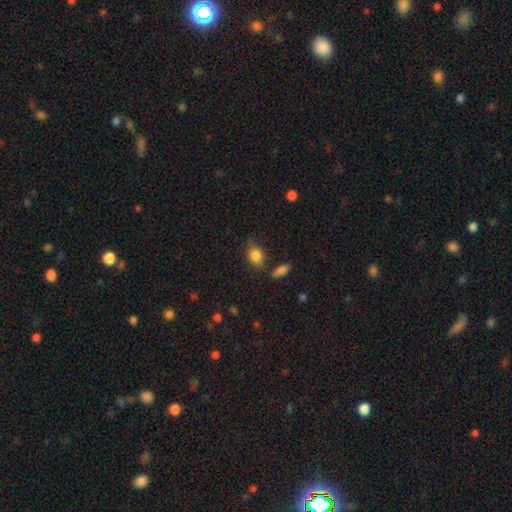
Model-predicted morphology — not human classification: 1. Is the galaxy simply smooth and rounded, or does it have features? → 84% smooth, 9% star or artifact, 7% featured or disk.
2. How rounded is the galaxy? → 62% in between, 36% round, 2% cigar-shaped.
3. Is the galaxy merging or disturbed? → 70% none, 19% minor disturbance, 6% merger, 5% major disturbance.